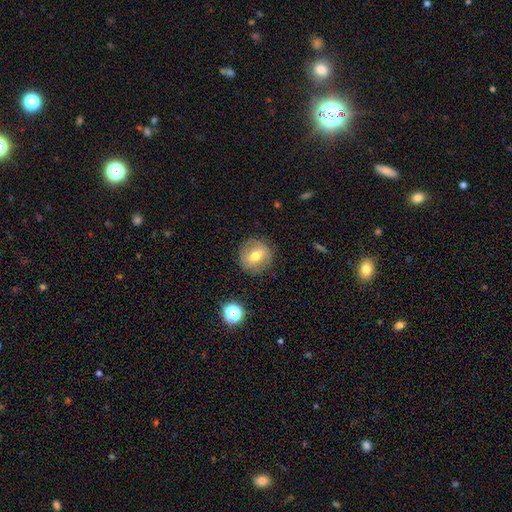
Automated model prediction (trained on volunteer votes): This is possibly a smooth galaxy (56%). How rounded: clearly round (90%). Merging: clearly none (84%).